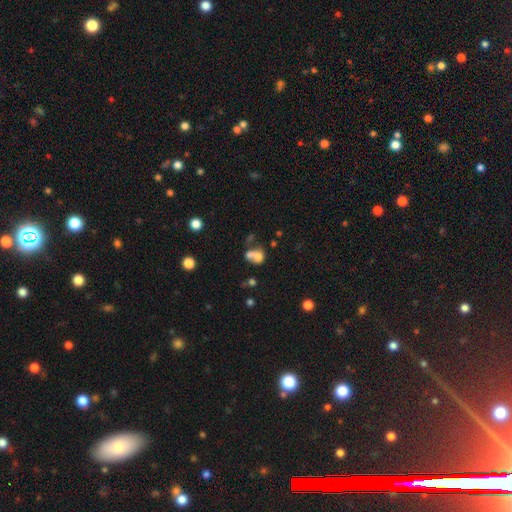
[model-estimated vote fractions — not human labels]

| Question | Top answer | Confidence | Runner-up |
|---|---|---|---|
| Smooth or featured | smooth | 67% | featured or disk (20%) |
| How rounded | in between | 51% | round (47%) |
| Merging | merger | 59% | none (21%) |